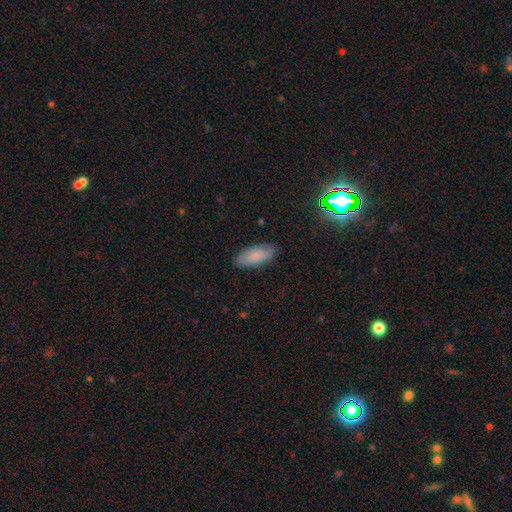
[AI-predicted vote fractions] smooth_or_featured: smooth (p=0.81) [alt: featured or disk p=0.11]
how_rounded: in between (p=0.84) [alt: cigar-shaped p=0.15]
merging: none (p=0.85) [alt: minor disturbance p=0.12]